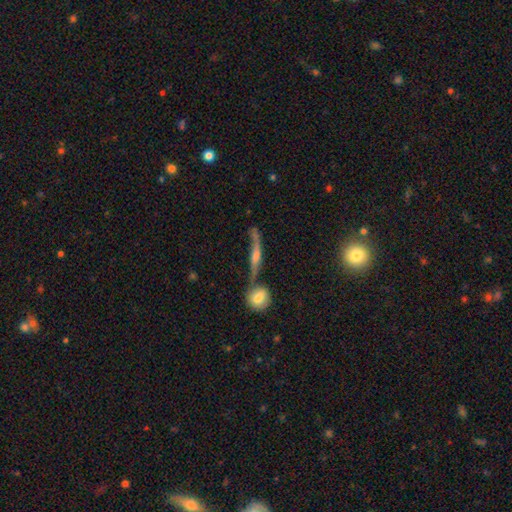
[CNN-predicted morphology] type=featured or disk (69%); edge-on=yes (83%); edge-on bulge=rounded (79%); merging=none (63%).